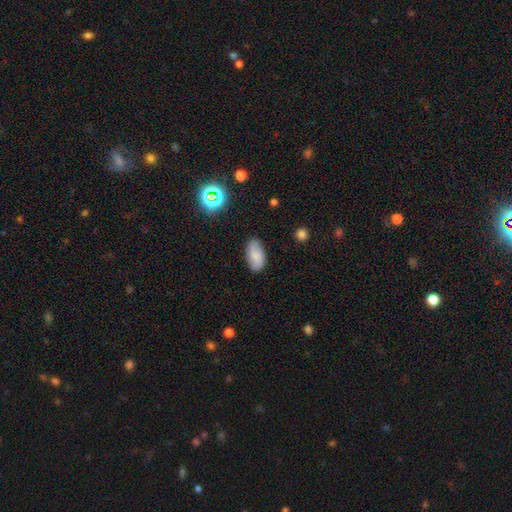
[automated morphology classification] A smooth galaxy with no disk features (73%) that is in between round and cigar-shaped (93%).

Vote fractions:
- Smooth or featured? smooth: 73% / featured or disk: 17% / star or artifact: 10%
- How rounded? in between: 93% / round: 4% / cigar-shaped: 3%
- Merging? none: 80% / minor disturbance: 15% / major disturbance: 3% / merger: 1%